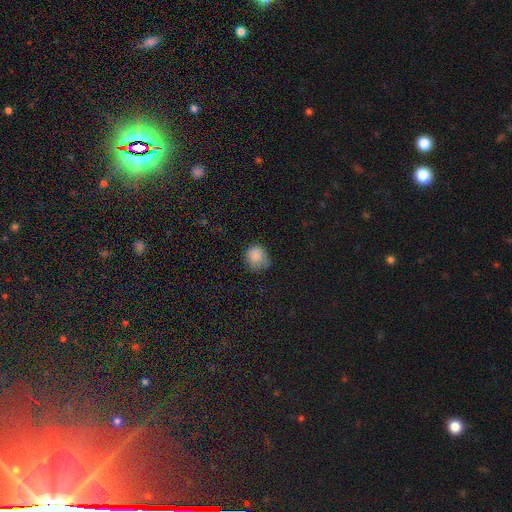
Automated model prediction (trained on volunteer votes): smooth 84%, star or artifact 11%, featured or disk 5%. Down the decision tree: how rounded — round (82%); merging — none (57%).